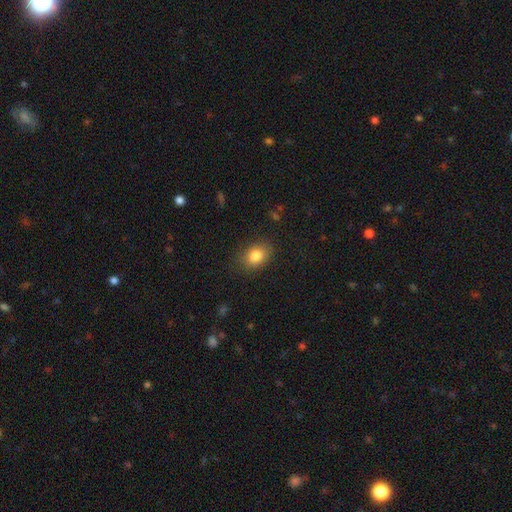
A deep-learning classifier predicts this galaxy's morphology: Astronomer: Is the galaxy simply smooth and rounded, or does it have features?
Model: smooth — 83%.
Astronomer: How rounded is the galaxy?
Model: in between — 68%.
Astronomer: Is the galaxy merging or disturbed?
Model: none — 83%.